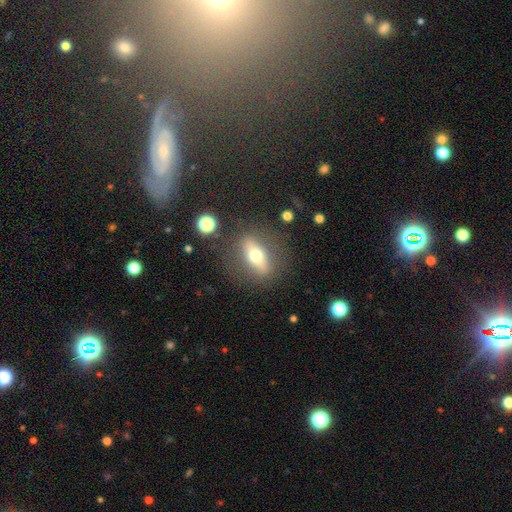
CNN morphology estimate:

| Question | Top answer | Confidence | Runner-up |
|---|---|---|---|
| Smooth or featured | smooth | 48% | featured or disk (43%) |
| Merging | none | 79% | minor disturbance (12%) |